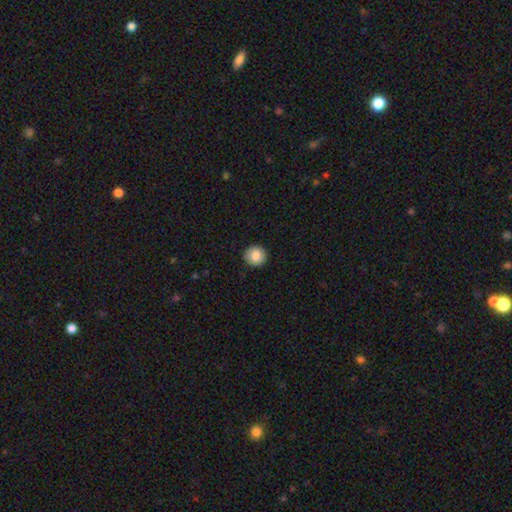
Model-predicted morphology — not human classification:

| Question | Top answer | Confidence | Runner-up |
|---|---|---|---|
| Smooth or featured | smooth | 84% | featured or disk (8%) |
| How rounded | round | 91% | in between (8%) |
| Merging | none | 90% | minor disturbance (8%) |